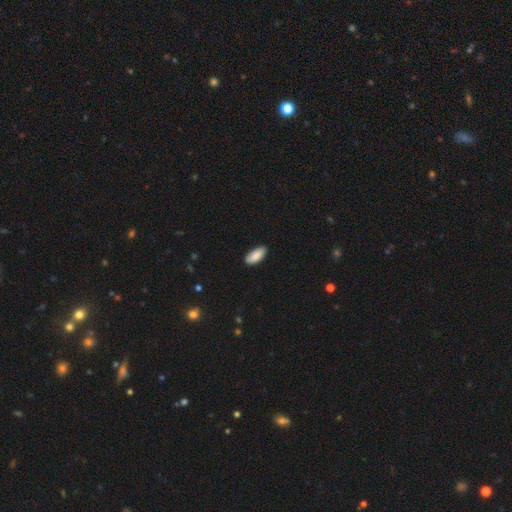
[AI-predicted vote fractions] Overall: smooth (89%). How rounded: in between (88%). Merging: none (85%).